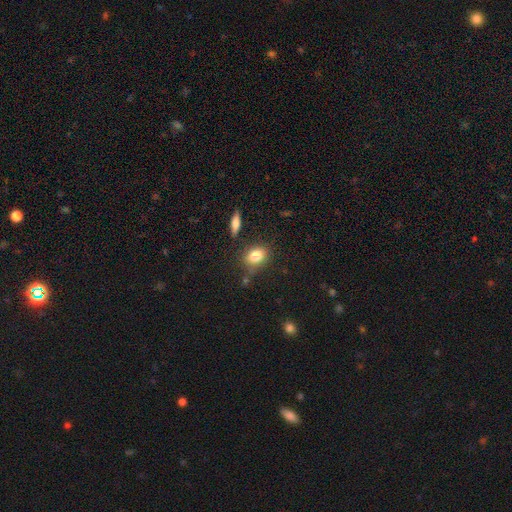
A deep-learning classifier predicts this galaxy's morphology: Smooth or featured?
  - smooth: 82% *
  - star or artifact: 9%
  - featured or disk: 9%
How rounded?
  - in between: 64% *
  - round: 34%
  - cigar-shaped: 2%
Merging?
  - none: 75% *
  - minor disturbance: 15%
  - merger: 6%
  - major disturbance: 4%